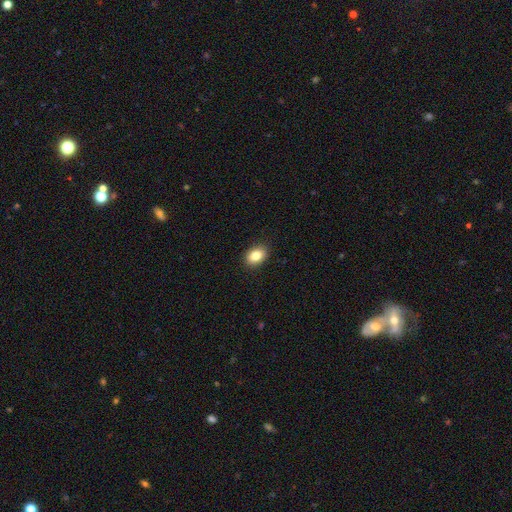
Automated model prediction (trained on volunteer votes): Smooth or featured: smooth — 84% (star or artifact — 9%)
How rounded: in between — 79% (round — 20%)
Merging: none — 90% (minor disturbance — 7%)